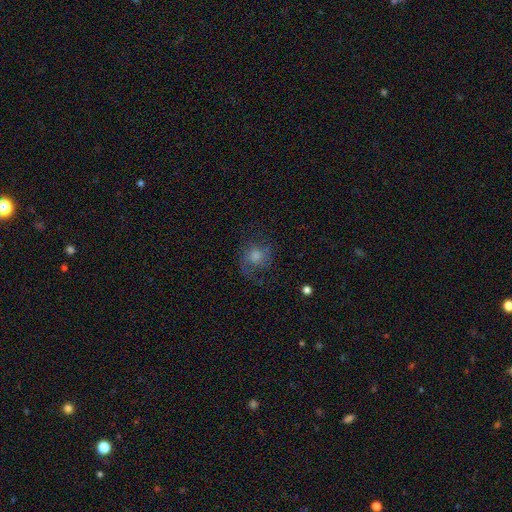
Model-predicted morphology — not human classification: Smooth or featured?
  - featured or disk: 48% *
  - smooth: 38%
  - star or artifact: 15%
Merging?
  - none: 60% *
  - major disturbance: 19%
  - minor disturbance: 19%
  - merger: 2%